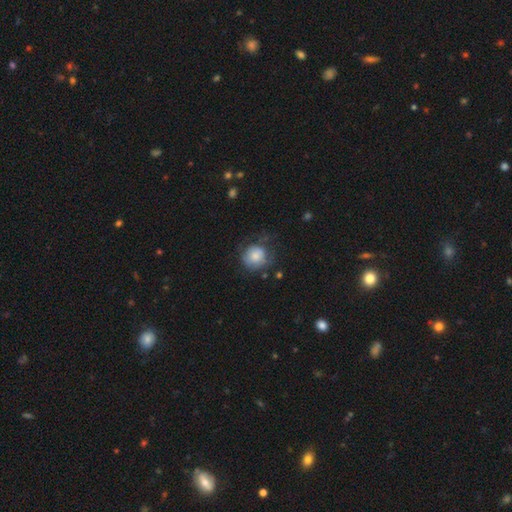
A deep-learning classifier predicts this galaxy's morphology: This is likely a smooth galaxy (71%). How rounded: clearly round (86%). Merging: possibly none (53%).